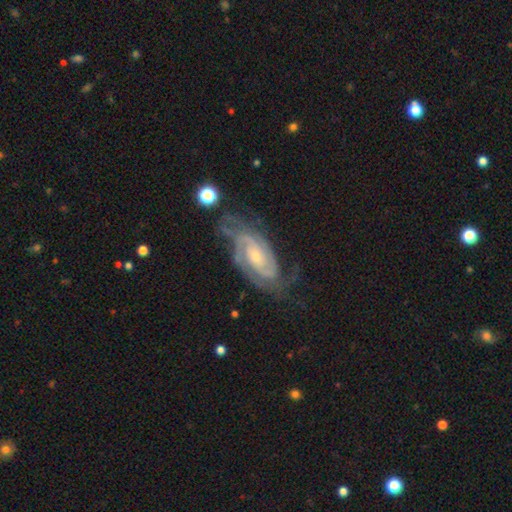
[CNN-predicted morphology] Overall: featured or disk (89%). Edge-on disk: no (96%). Bar: no (53%; weak 36%). Spiral arms: yes (98%). Spiral arm count: 2 (60%). Spiral winding: tight (60%; medium 33%). Bulge size: small (62%; moderate 32%). Merging: none (64%).